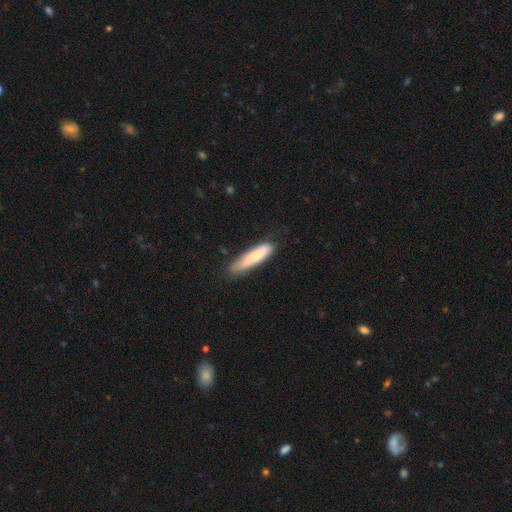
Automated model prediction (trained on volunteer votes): This is likely a smooth galaxy (77%). How rounded: likely cigar-shaped (77%). Merging: likely none (66%).